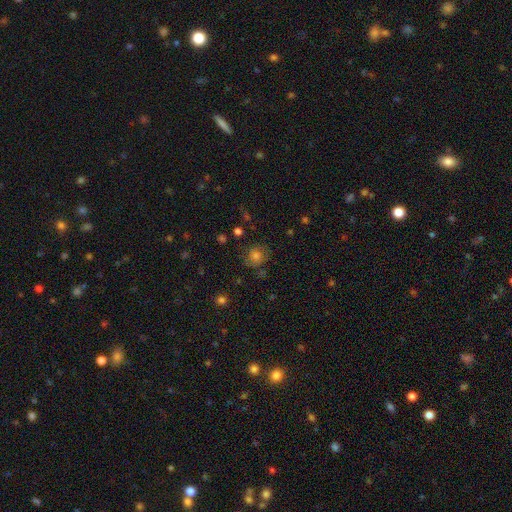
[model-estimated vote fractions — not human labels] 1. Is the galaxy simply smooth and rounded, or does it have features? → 65% smooth, 22% featured or disk, 13% star or artifact.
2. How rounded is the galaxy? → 78% round, 21% in between, 1% cigar-shaped.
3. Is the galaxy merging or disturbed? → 71% none, 19% minor disturbance, 8% major disturbance, 2% merger.